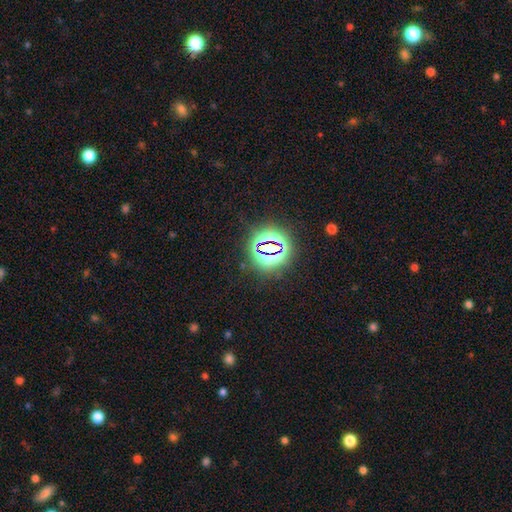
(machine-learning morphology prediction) Overall: star or artifact (80%).